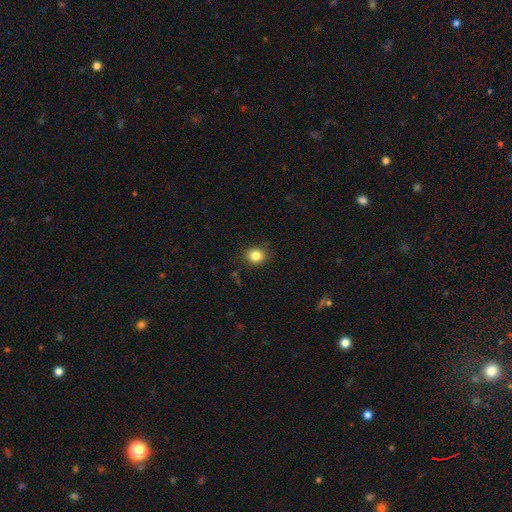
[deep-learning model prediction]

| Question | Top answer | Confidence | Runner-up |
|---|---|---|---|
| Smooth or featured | smooth | 84% | star or artifact (11%) |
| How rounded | round | 73% | in between (27%) |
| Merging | none | 87% | minor disturbance (10%) |